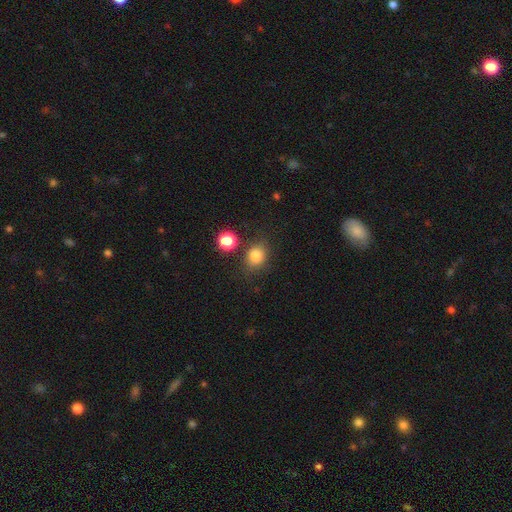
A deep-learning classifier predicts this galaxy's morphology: smooth_or_featured: smooth (p=0.81) [alt: star or artifact p=0.13]
how_rounded: round (p=0.59) [alt: in between p=0.39]
merging: none (p=0.74) [alt: minor disturbance p=0.14]